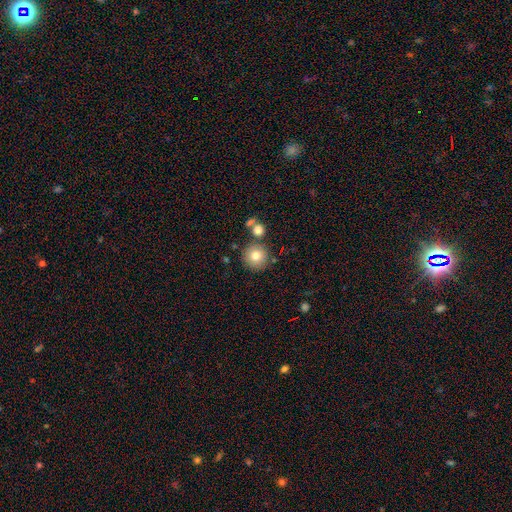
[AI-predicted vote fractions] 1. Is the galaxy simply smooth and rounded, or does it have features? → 79% smooth, 11% star or artifact, 11% featured or disk.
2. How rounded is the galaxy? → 95% round, 4% in between, 1% cigar-shaped.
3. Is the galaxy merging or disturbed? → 78% none, 10% merger, 9% minor disturbance, 3% major disturbance.